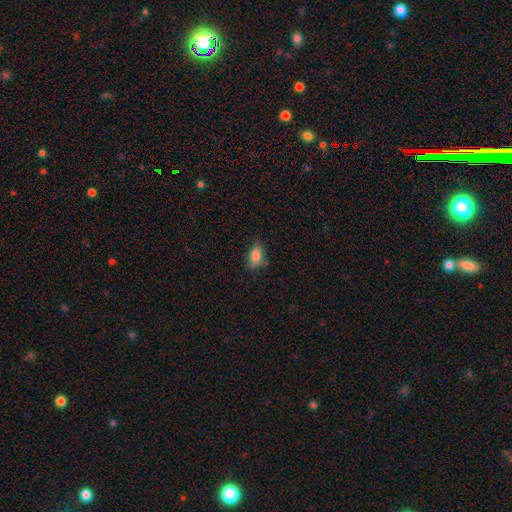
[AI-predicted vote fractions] Overall: smooth (84%). How rounded: in between (87%). Merging: none (66%).